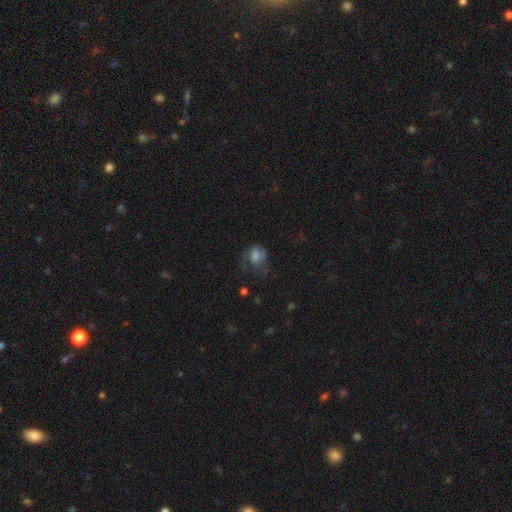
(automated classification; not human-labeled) Smooth or featured?
  - smooth: 53% *
  - featured or disk: 31%
  - star or artifact: 16%
How rounded?
  - in between: 60% *
  - round: 38%
  - cigar-shaped: 2%
Merging?
  - major disturbance: 40% *
  - none: 34%
  - minor disturbance: 23%
  - merger: 2%